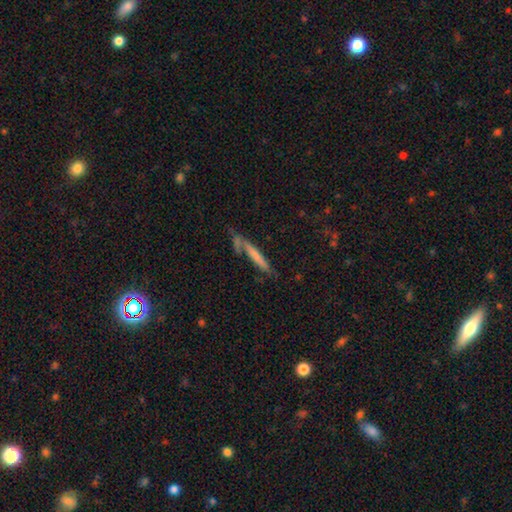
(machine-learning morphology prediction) smooth-or-featured: smooth: 59% | featured or disk: 33% | star or artifact: 8%
  how-rounded: cigar-shaped: 93% | in between: 6% | round: 2%
  merging: none: 60% | minor disturbance: 17% | merger: 15% | major disturbance: 8%